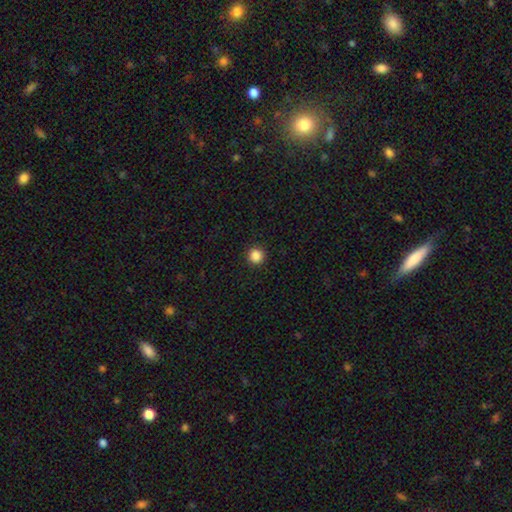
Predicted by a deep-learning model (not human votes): Q: Smooth or featured?
A: smooth (87%); runner-up: star or artifact (10%)
Q: How rounded?
A: round (95%); runner-up: in between (4%)
Q: Merging?
A: none (93%); runner-up: minor disturbance (5%)